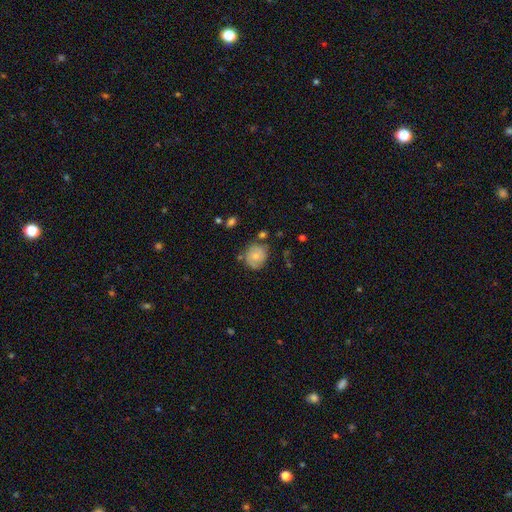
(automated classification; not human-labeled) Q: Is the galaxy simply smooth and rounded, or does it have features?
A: smooth — 57%.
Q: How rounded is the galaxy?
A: round — 79%.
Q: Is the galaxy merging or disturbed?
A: none — 71%.